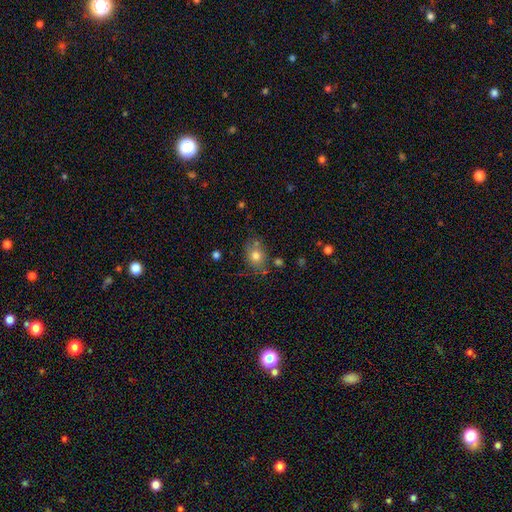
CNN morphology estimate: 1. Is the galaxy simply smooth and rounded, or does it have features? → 76% smooth, 13% featured or disk, 11% star or artifact.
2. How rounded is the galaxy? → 52% in between, 46% round, 1% cigar-shaped.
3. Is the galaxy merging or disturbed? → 69% none, 18% minor disturbance, 9% merger, 5% major disturbance.